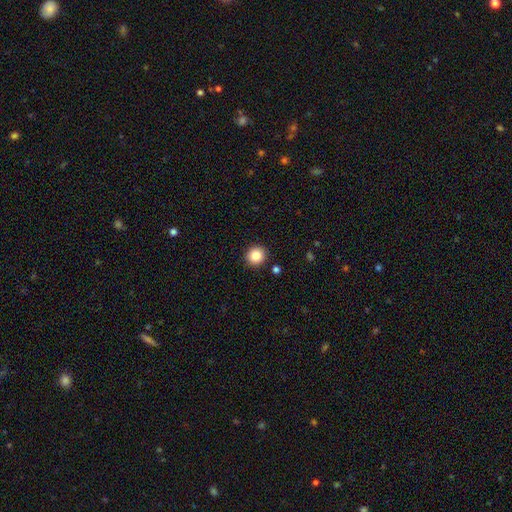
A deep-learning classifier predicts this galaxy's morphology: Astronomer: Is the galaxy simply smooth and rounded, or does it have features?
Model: smooth — 85%.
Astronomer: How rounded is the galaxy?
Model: round — 92%.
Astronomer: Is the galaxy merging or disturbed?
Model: none — 91%.